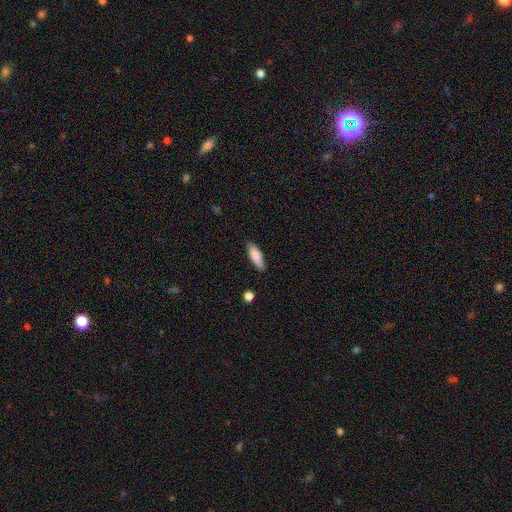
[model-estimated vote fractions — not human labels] Morphology: type=smooth (85%); roundness=in between (59%); merging=none (84%).